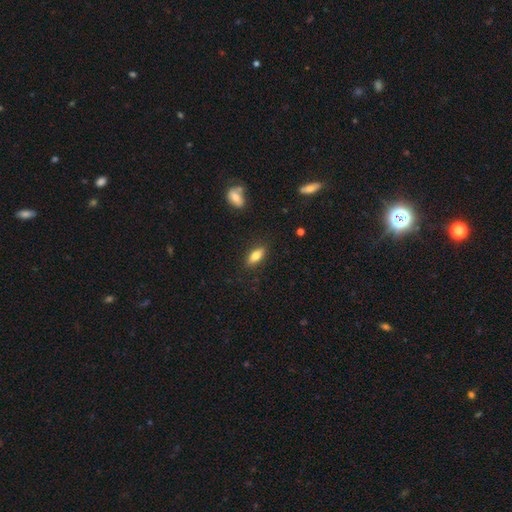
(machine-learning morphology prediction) smooth-or-featured: smooth: 75% | featured or disk: 18% | star or artifact: 7%
  how-rounded: in between: 75% | cigar-shaped: 22% | round: 3%
  merging: none: 86% | minor disturbance: 10% | major disturbance: 3% | merger: 2%